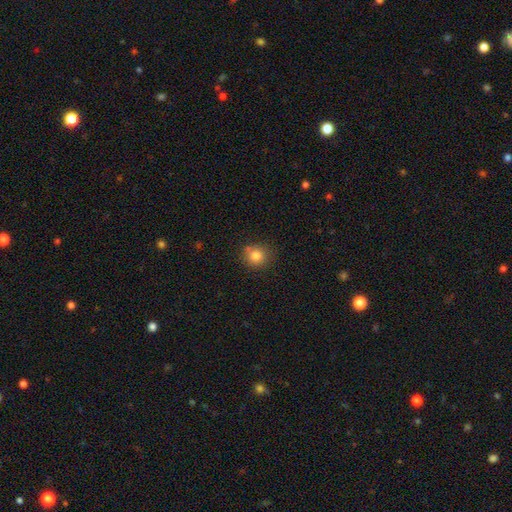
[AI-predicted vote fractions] Q: Smooth or featured?
A: smooth (83%); runner-up: star or artifact (11%)
Q: How rounded?
A: round (88%); runner-up: in between (11%)
Q: Merging?
A: none (80%); runner-up: minor disturbance (13%)